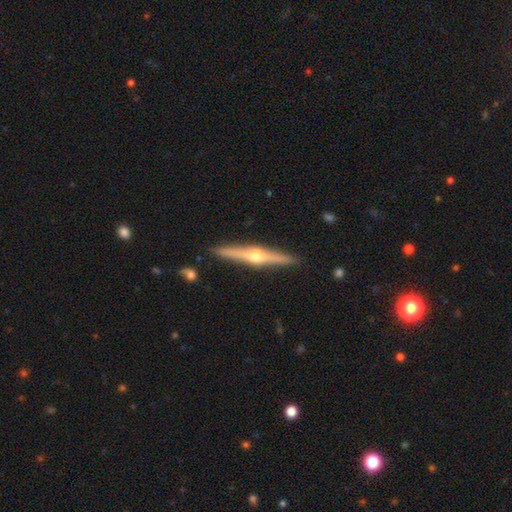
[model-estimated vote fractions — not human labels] Smooth or featured: featured or disk — 77% (smooth — 18%)
Edge-on disk: yes — 98% (no — 2%)
Edge-on bulge: rounded — 95% (boxy — 3%)
Merging: none — 91% (minor disturbance — 6%)